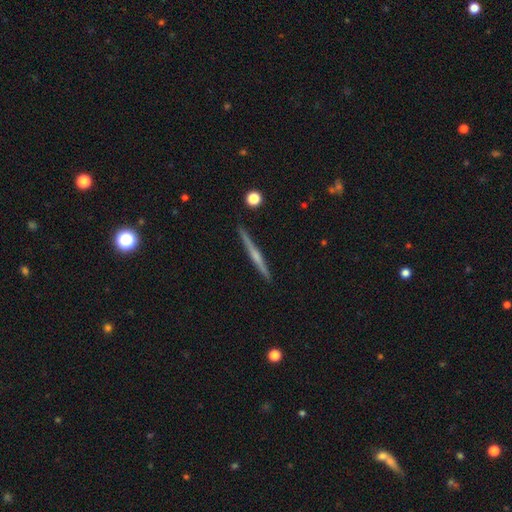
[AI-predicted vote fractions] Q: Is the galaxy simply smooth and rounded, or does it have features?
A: featured or disk — 69%.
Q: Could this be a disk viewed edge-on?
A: yes — 98%.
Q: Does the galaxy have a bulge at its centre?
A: rounded — 57%.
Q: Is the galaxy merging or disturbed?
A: none — 91%.